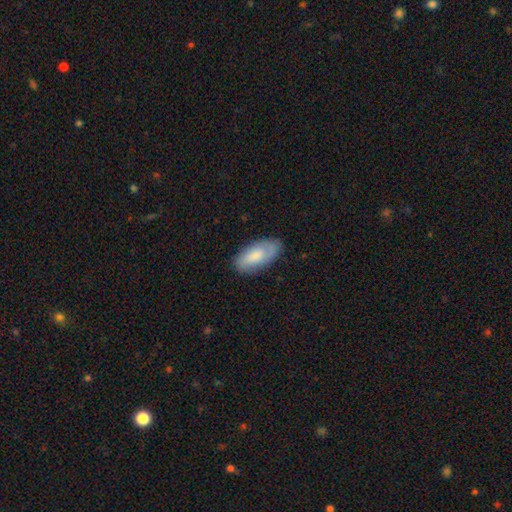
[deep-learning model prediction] smooth_or_featured: smooth (p=0.73) [alt: featured or disk p=0.22]
how_rounded: in between (p=0.91) [alt: cigar-shaped p=0.07]
merging: none (p=0.81) [alt: minor disturbance p=0.14]